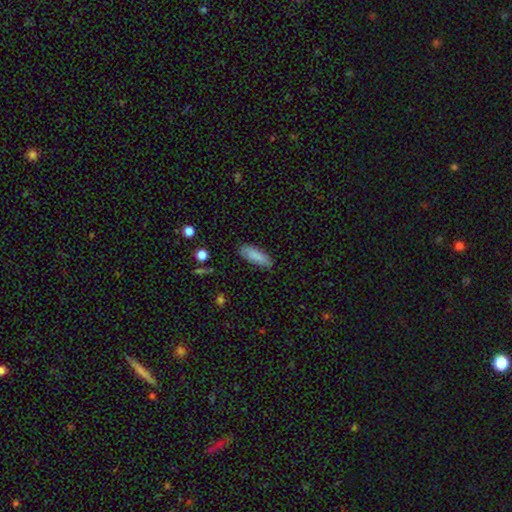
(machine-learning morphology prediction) smooth-or-featured: smooth: 85% | featured or disk: 8% | star or artifact: 7%
  how-rounded: in between: 61% | cigar-shaped: 38% | round: 2%
  merging: none: 81% | minor disturbance: 15% | major disturbance: 3% | merger: 1%